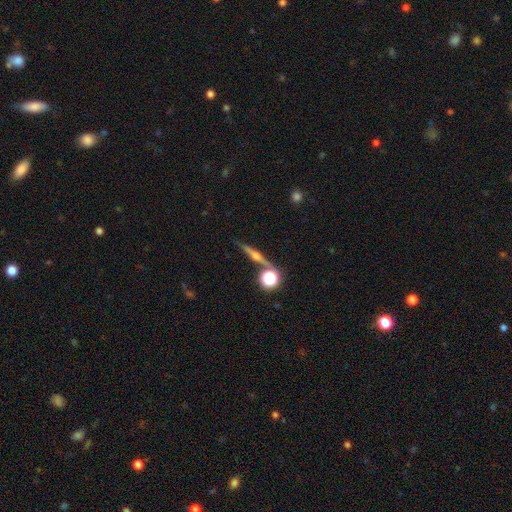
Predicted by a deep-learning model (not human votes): featured or disk 72%, smooth 17%, star or artifact 11%. Down the decision tree: edge-on disk — yes (96%); edge-on bulge — rounded (92%); merging — none (82%).